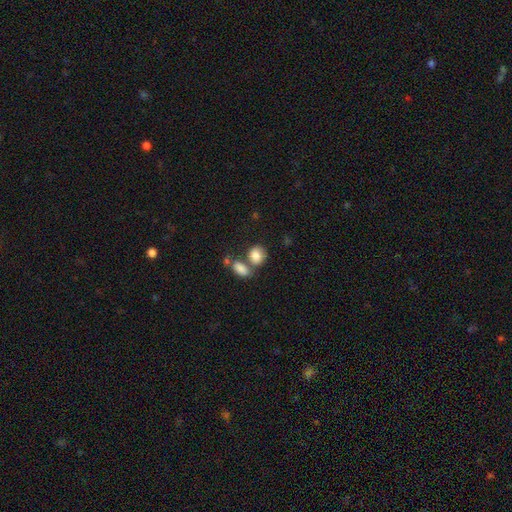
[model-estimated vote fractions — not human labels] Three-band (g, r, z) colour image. It shows a smooth galaxy with no disk features (84%) that is in between round and cigar-shaped (54%). Merging: none (43%).